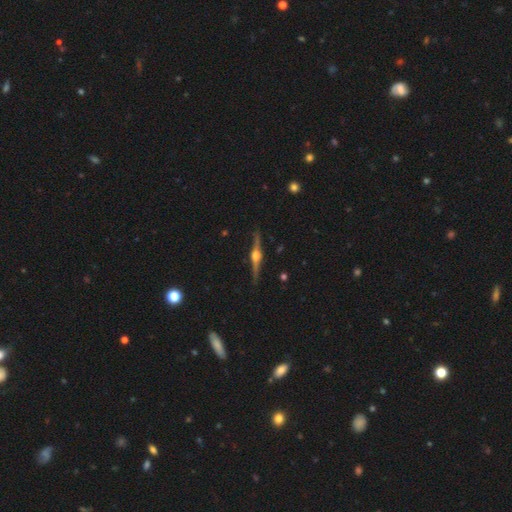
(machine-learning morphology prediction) Smooth or featured: featured or disk — 87% (smooth — 8%)
Edge-on disk: yes — 98% (no — 2%)
Edge-on bulge: rounded — 95% (boxy — 4%)
Merging: none — 90% (minor disturbance — 7%)